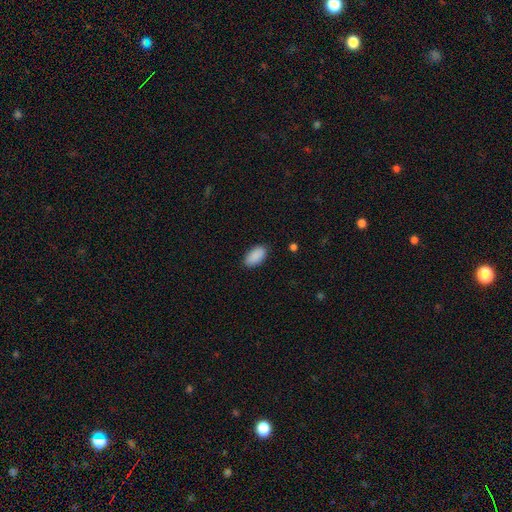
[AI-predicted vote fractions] Morphology: type=smooth (91%); roundness=in between (95%); merging=none (87%).